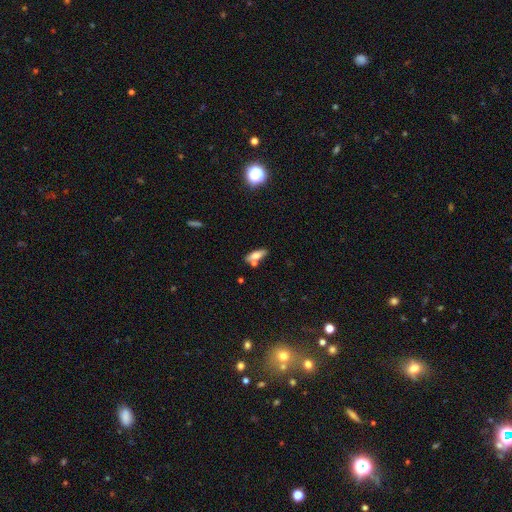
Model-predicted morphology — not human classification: A smooth galaxy with no disk features (62%) that is in between round and cigar-shaped (60%). Merging: none (66%).